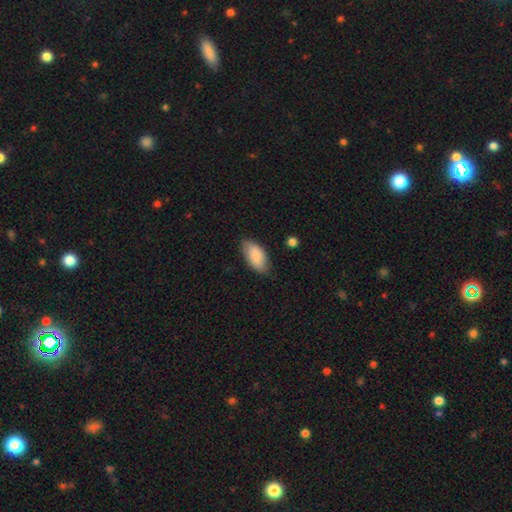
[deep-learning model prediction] Smooth or featured?
  - smooth: 87% *
  - featured or disk: 7%
  - star or artifact: 6%
How rounded?
  - in between: 92% *
  - cigar-shaped: 6%
  - round: 2%
Merging?
  - none: 79% *
  - minor disturbance: 16%
  - major disturbance: 3%
  - merger: 1%